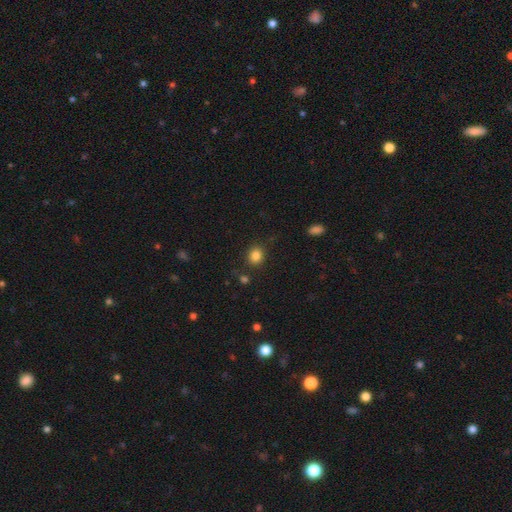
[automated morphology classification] Overall: smooth (84%). How rounded: round (72%). Merging: none (84%).